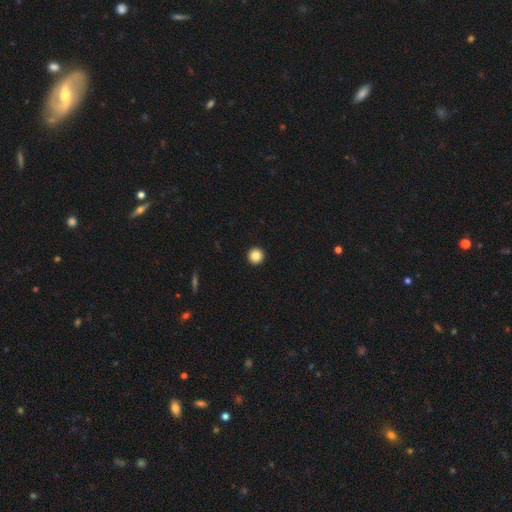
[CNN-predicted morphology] smooth_or_featured: smooth (p=0.85) [alt: star or artifact p=0.10]
how_rounded: round (p=0.97) [alt: in between p=0.02]
merging: none (p=0.94) [alt: minor disturbance p=0.03]